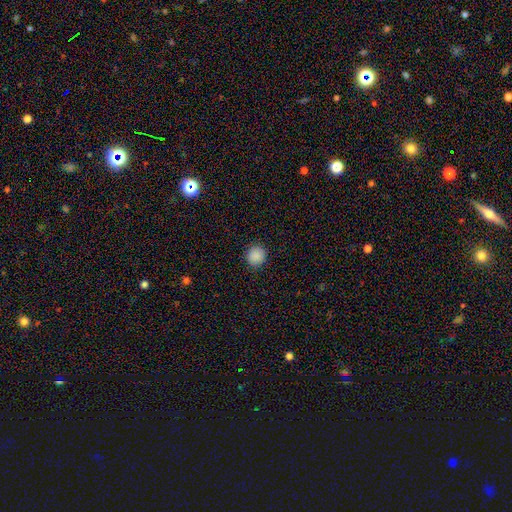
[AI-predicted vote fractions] Morphology: type=smooth (88%); roundness=round (90%); merging=none (90%).